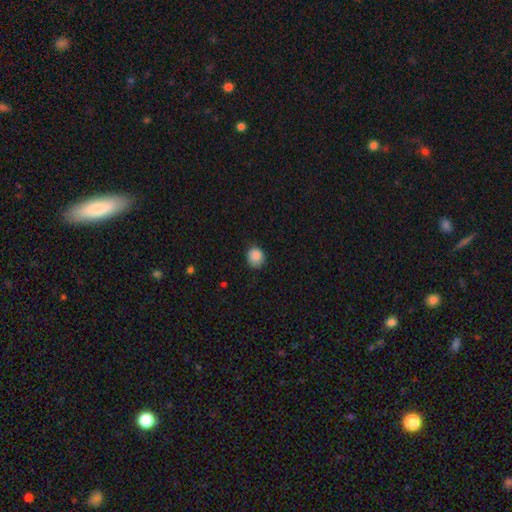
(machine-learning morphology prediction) Overall: smooth (87%). How rounded: round (81%). Merging: none (79%).